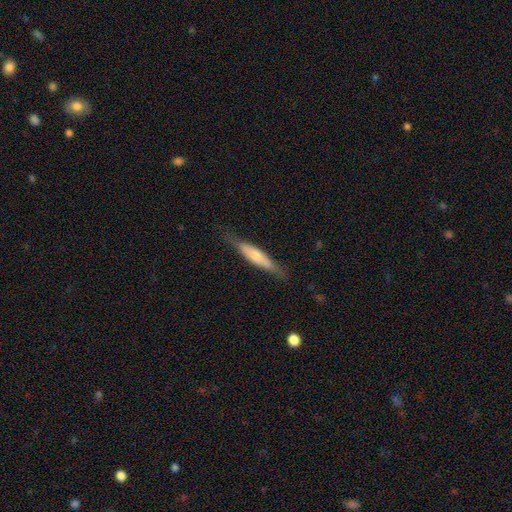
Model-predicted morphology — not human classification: A smooth galaxy with no disk features (51%) that is cigar-shaped (82%). Merging: none (78%).